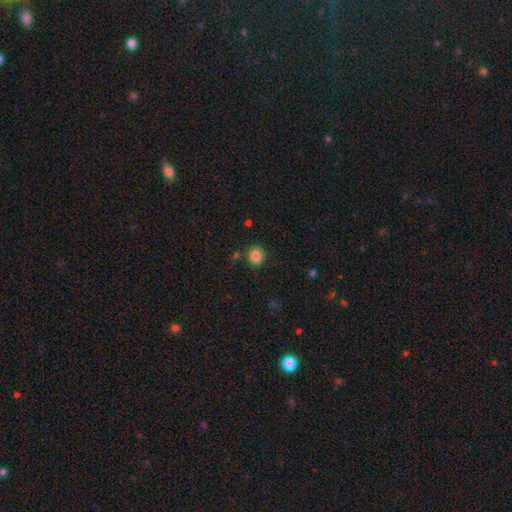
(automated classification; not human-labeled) Q: Smooth or featured?
A: smooth (84%); runner-up: star or artifact (11%)
Q: How rounded?
A: round (81%); runner-up: in between (18%)
Q: Merging?
A: none (85%); runner-up: minor disturbance (9%)